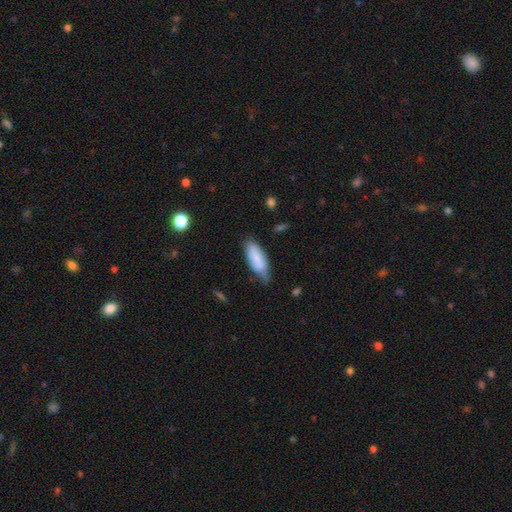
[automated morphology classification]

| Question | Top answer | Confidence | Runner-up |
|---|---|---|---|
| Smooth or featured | smooth | 78% | featured or disk (16%) |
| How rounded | in between | 79% | cigar-shaped (19%) |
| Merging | none | 51% | minor disturbance (38%) |